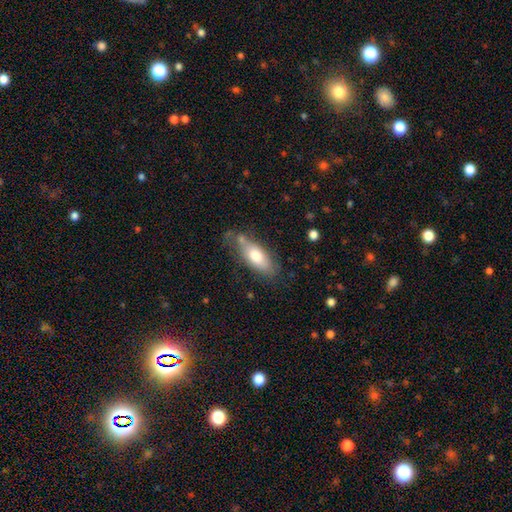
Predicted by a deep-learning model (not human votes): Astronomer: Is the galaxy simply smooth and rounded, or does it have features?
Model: smooth — 71%.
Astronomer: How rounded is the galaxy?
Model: in between — 76%.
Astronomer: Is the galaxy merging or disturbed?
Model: none — 58%.